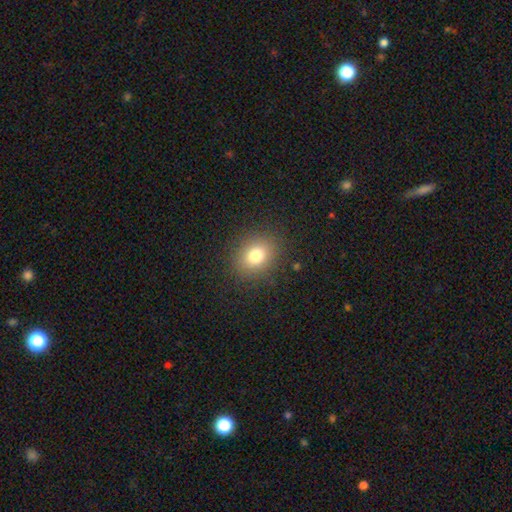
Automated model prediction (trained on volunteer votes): Morphology: type=smooth (78%); roundness=round (57%); merging=none (87%).